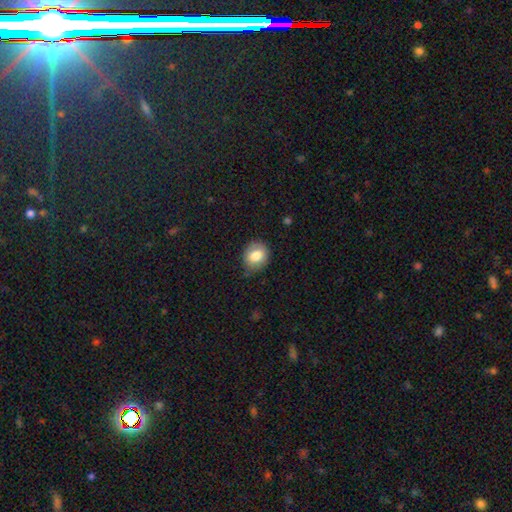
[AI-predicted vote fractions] Smooth or featured? Predicted: smooth (p=0.79). How rounded? Predicted: round (p=0.61). Merging? Predicted: none (p=0.74).